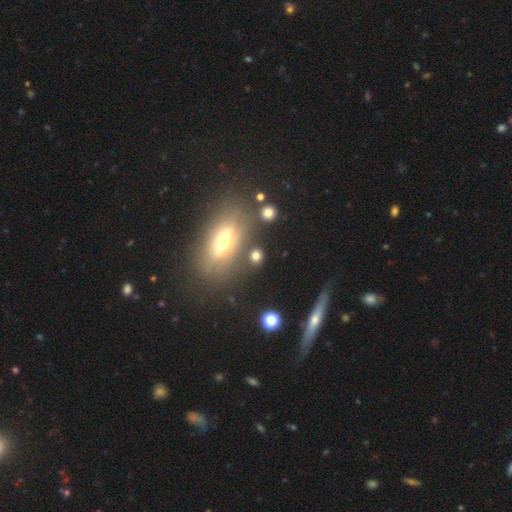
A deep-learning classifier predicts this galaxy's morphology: A smooth galaxy with no disk features (67%) that is round (55%).

Vote fractions:
- Smooth or featured? smooth: 67% / featured or disk: 18% / star or artifact: 15%
- How rounded? round: 55% / in between: 35% / cigar-shaped: 10%
- Merging? none: 75% / minor disturbance: 11% / merger: 9% / major disturbance: 5%